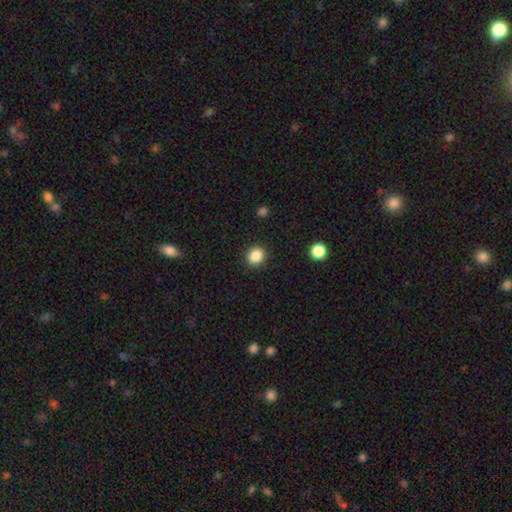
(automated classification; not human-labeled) Smooth or featured? smooth (86%)
How rounded? round (77%)
Merging? none (91%)